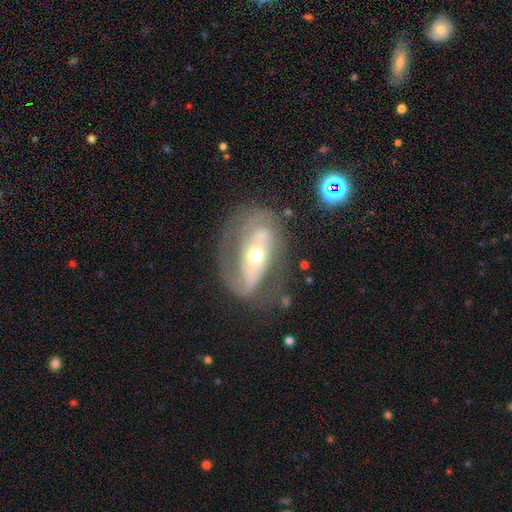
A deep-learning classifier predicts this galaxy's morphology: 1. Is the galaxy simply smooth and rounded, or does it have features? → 78% featured or disk, 15% smooth, 7% star or artifact.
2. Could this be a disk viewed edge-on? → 92% no, 8% yes.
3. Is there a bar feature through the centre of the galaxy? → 39% strong, 37% no, 24% weak.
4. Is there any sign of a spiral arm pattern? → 76% yes, 24% no.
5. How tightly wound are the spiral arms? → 42% medium, 32% tight, 27% loose.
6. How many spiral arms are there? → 72% 2, 13% can't tell, 11% 1, 2% 3, 1% 4, 1% more than 4.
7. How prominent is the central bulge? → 54% moderate, 40% small, 4% large, 1% dominant, 1% none.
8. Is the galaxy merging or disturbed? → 57% none, 21% minor disturbance, 19% major disturbance, 3% merger.